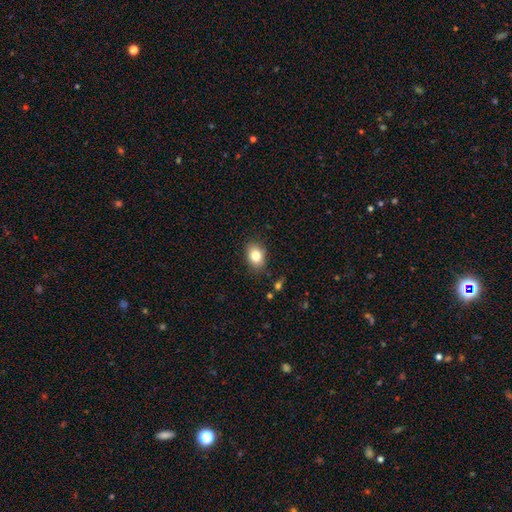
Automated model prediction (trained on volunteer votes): Smooth or featured? Predicted: smooth (p=0.82). How rounded? Predicted: in between (p=0.66). Merging? Predicted: none (p=0.85).